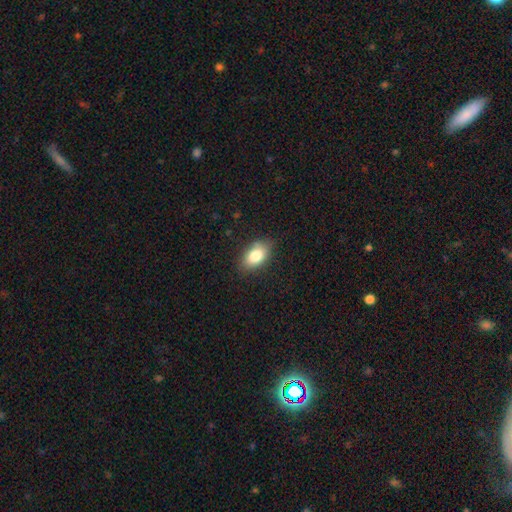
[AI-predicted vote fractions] A smooth galaxy with no disk features (82%) that is in between round and cigar-shaped (90%). Merging: none (79%).